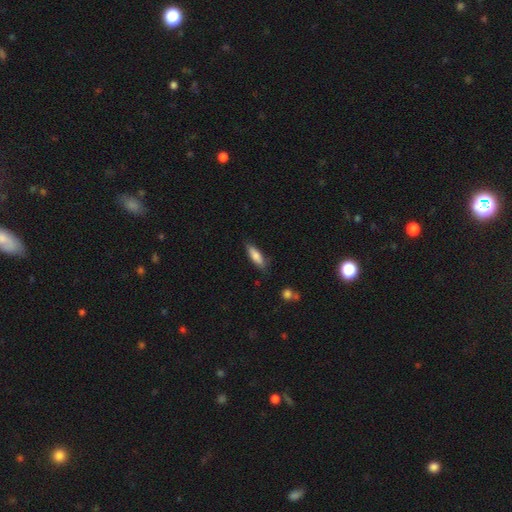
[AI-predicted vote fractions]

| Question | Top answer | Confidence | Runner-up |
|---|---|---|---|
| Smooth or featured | smooth | 80% | featured or disk (14%) |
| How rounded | in between | 50% | cigar-shaped (48%) |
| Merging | none | 78% | minor disturbance (17%) |